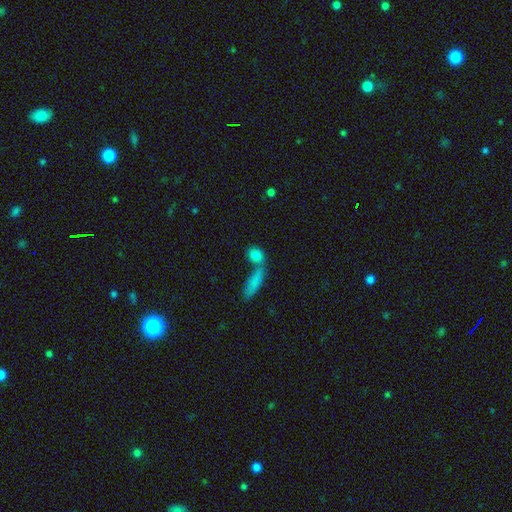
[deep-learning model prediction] Smooth or featured: smooth — 83% (star or artifact — 9%)
How rounded: in between — 58% (round — 28%)
Merging: none — 47% (merger — 39%)